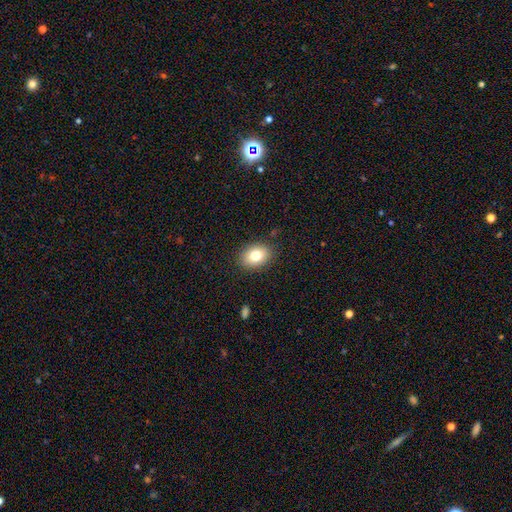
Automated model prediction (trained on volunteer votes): A smooth galaxy with no disk features (79%) that is in between round and cigar-shaped (70%). Merging: none (88%).